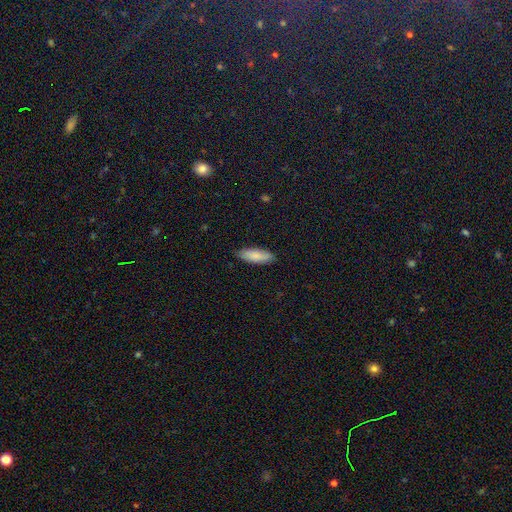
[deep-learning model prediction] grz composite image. It shows a smooth galaxy with no disk features (84%) that is in between round and cigar-shaped (64%). Merging: none (84%).